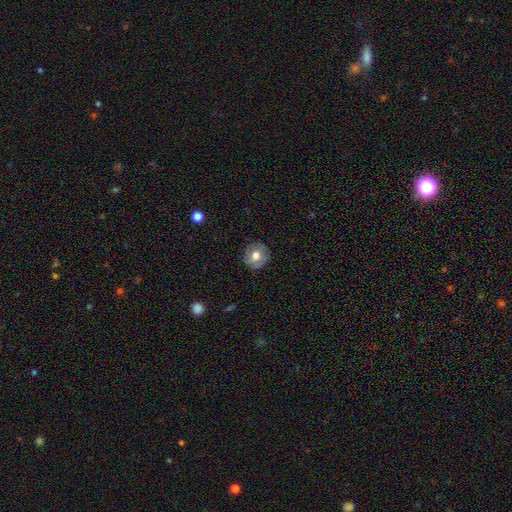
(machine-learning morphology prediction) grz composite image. It shows a smooth galaxy with no disk features (67%) that is round (90%). Merging: none (84%).